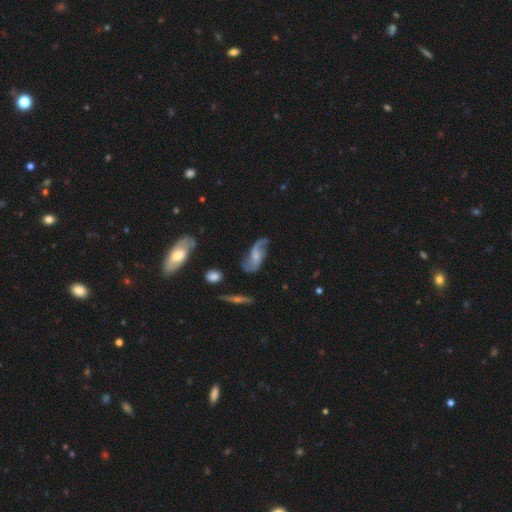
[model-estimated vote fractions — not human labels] featured or disk 74%, smooth 19%, star or artifact 7%. Down the decision tree: edge-on disk — no (93%); bar — no (48%); spiral arms — yes (91%); spiral arm count — 2 (79%); spiral winding — loose (73%); bulge size — none (34%); merging — none (51%).